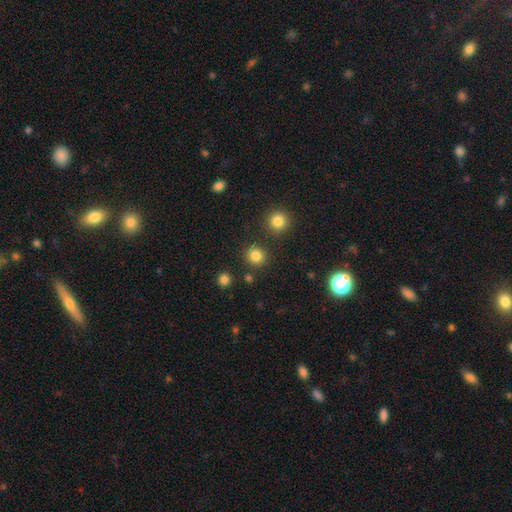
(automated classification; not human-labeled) smooth-or-featured: smooth: 84% | star or artifact: 12% | featured or disk: 4%
  how-rounded: round: 92% | in between: 7% | cigar-shaped: 1%
  merging: none: 88% | minor disturbance: 6% | merger: 4% | major disturbance: 2%